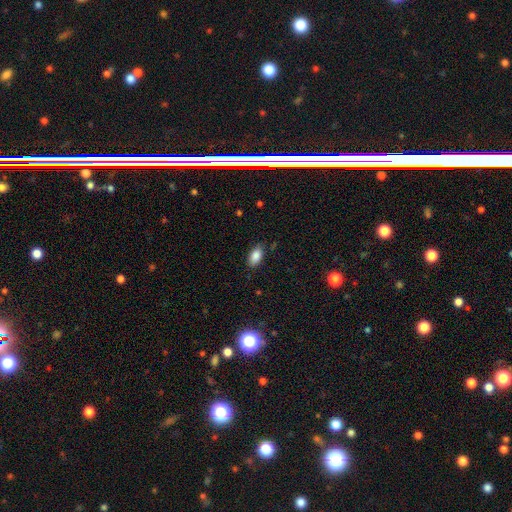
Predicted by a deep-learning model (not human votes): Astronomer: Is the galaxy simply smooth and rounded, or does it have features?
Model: smooth — 86%.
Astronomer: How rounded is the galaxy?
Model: in between — 92%.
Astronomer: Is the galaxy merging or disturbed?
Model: none — 83%.